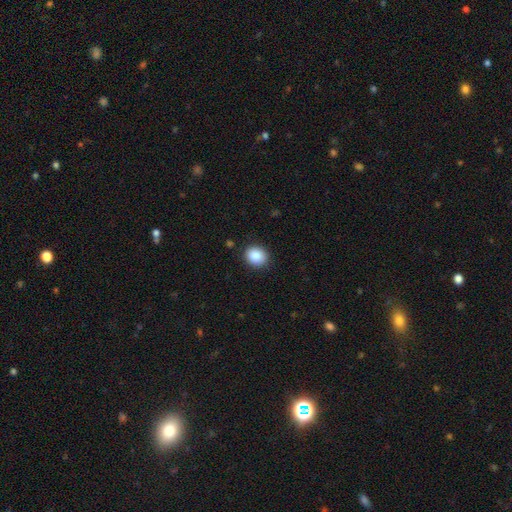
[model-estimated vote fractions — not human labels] This appears to be a smooth galaxy with no disk features (88%) that is round (70%). Merging: none (89%).